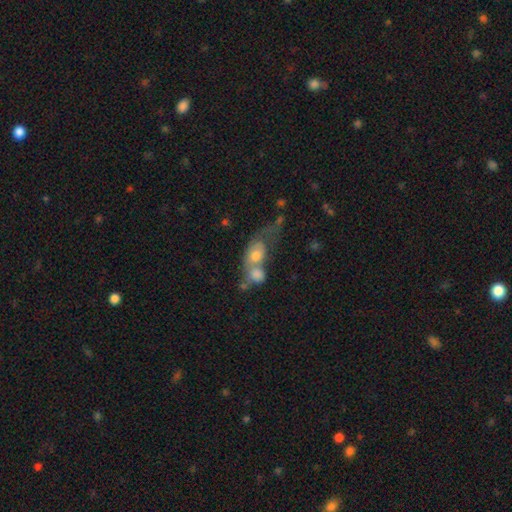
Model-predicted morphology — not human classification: Smooth or featured?
  - smooth: 64% *
  - featured or disk: 26%
  - star or artifact: 10%
How rounded?
  - in between: 64% *
  - round: 31%
  - cigar-shaped: 5%
Merging?
  - merger: 69% *
  - none: 13%
  - major disturbance: 11%
  - minor disturbance: 7%